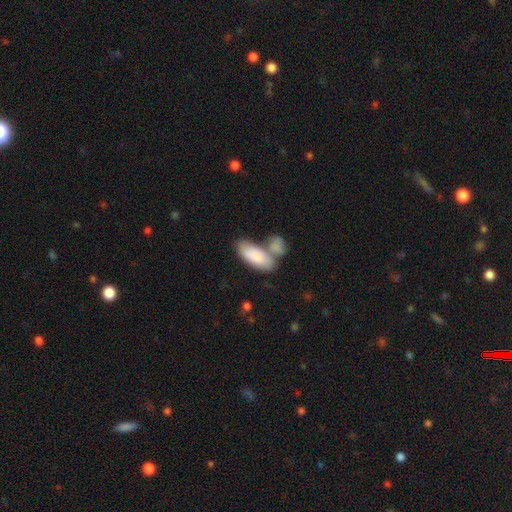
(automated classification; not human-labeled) smooth 83%, featured or disk 12%, star or artifact 5%. Down the decision tree: how rounded — in between (89%); merging — merger (42%).